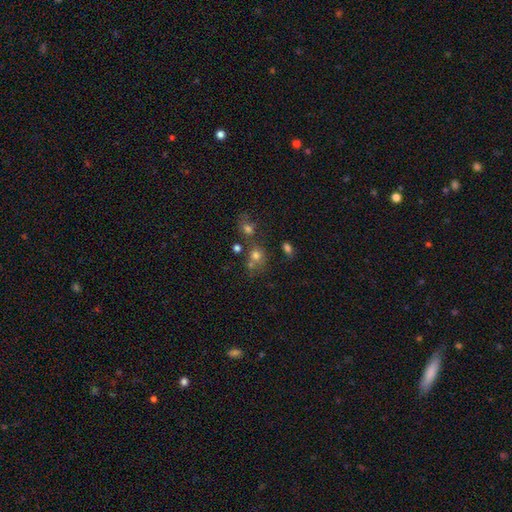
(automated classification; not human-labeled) Q: Smooth or featured?
A: smooth (64%); runner-up: star or artifact (23%)
Q: How rounded?
A: round (75%); runner-up: in between (24%)
Q: Merging?
A: none (51%); runner-up: merger (32%)